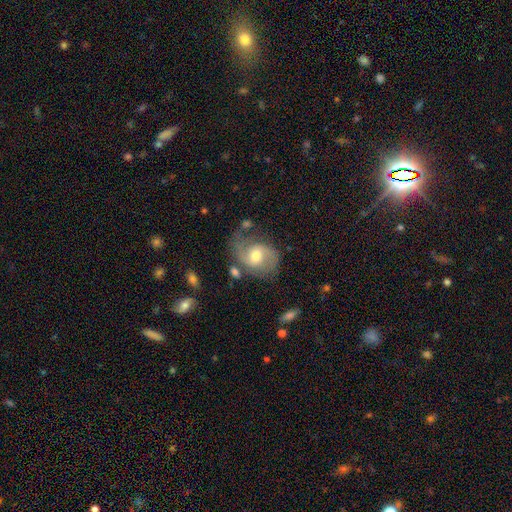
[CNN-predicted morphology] Smooth or featured? featured or disk (77%)
Edge-on disk? no (97%)
Bar? no (51%)
Spiral arms? yes (92%)
Spiral winding? medium (48%)
Spiral arm count? 2 (81%)
Bulge size? moderate (68%)
Merging? none (61%)